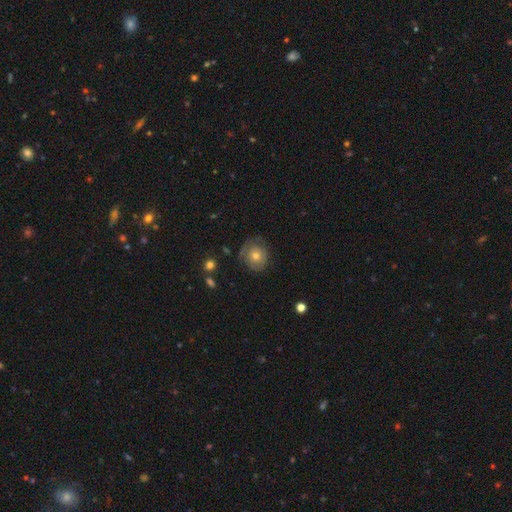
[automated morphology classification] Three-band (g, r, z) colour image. It shows a smooth galaxy with no disk features (50%). Merging: none (70%).